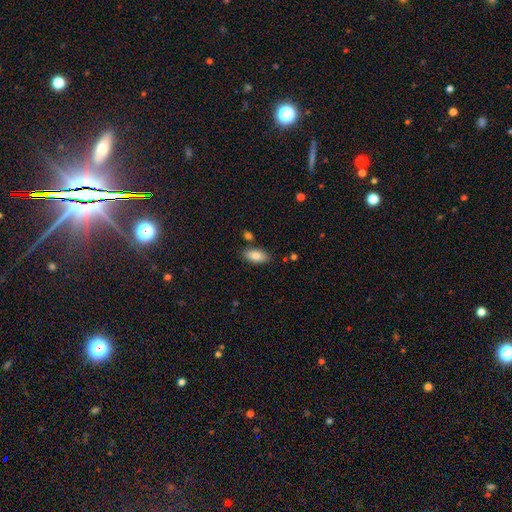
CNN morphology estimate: This is clearly a smooth galaxy (86%). How rounded: clearly in between (92%). Merging: clearly none (81%).